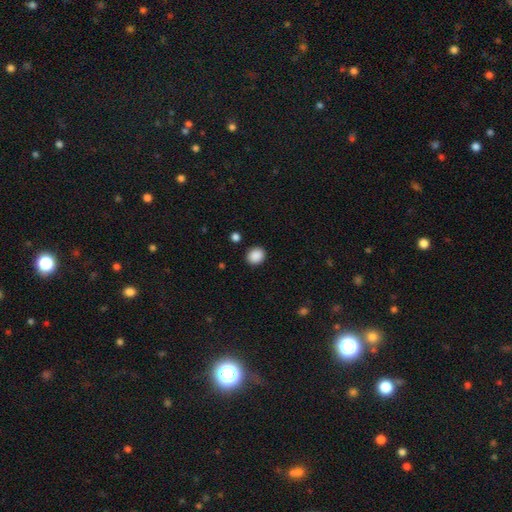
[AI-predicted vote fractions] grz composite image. It shows a smooth galaxy with no disk features (89%) that is round (71%). Merging: none (89%).